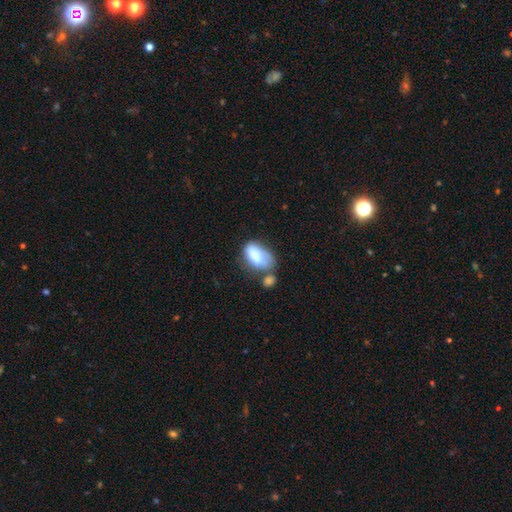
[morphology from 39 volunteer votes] A smooth galaxy with no disk features (74%) that is in between round and cigar-shaped (86%).

Vote fractions:
- Smooth or featured? smooth: 74% / featured or disk: 21% / star or artifact: 5%
- How rounded? in between: 86% / round: 14% / cigar-shaped: 0%
- Merging? minor disturbance: 35% / major disturbance: 32% / none: 19% / merger: 14%